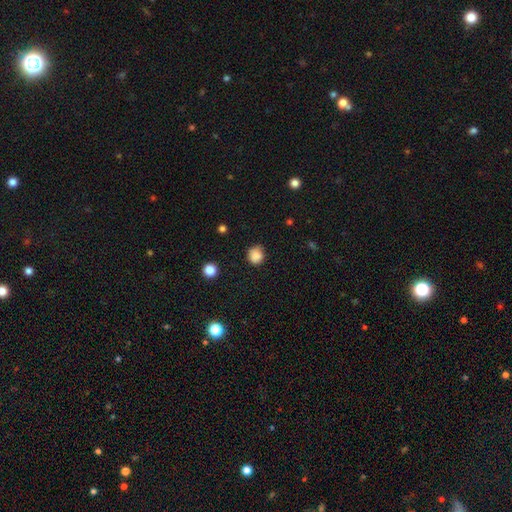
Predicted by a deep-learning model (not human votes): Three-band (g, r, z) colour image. It shows a smooth galaxy with no disk features (85%) that is round (81%). Merging: none (70%).